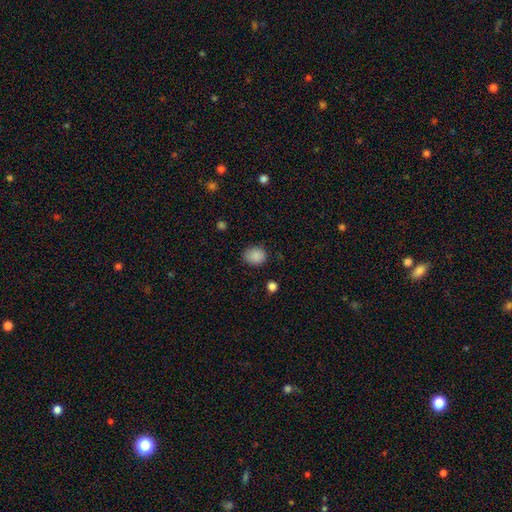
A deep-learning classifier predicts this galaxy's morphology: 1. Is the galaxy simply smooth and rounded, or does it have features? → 88% smooth, 9% star or artifact, 3% featured or disk.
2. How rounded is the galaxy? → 56% round, 43% in between, 1% cigar-shaped.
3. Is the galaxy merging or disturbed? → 82% none, 13% minor disturbance, 3% major disturbance, 1% merger.